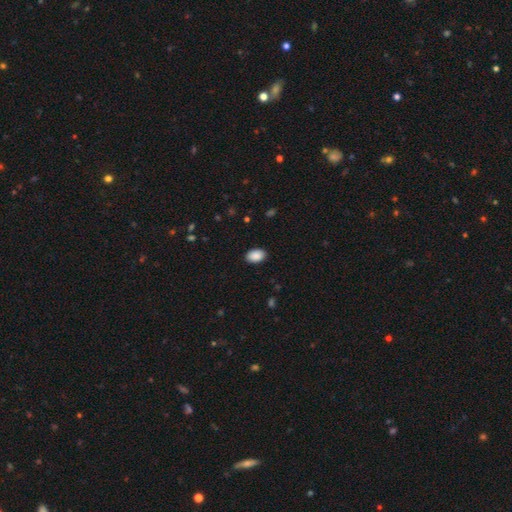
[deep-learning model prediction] Smooth or featured? smooth (90%)
How rounded? in between (90%)
Merging? none (89%)